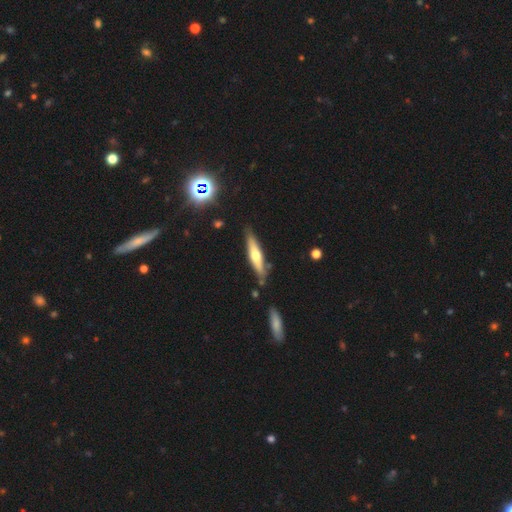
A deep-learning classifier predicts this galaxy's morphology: A featured or disk galaxy (48%). Merging: none (81%).